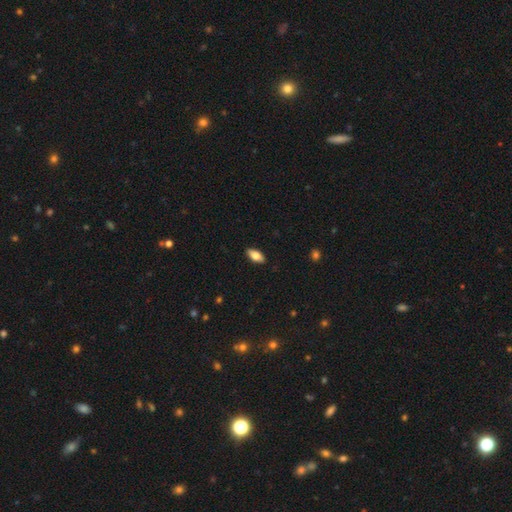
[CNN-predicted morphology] type=smooth (75%); roundness=in between (87%); merging=none (89%).